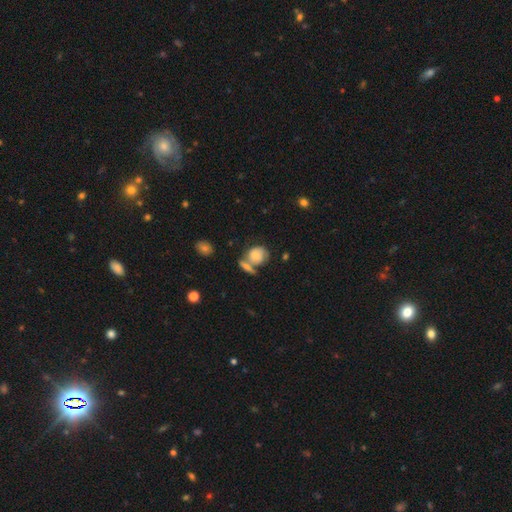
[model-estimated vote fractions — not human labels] Smooth or featured: smooth — 64% (featured or disk — 27%)
How rounded: round — 62% (in between — 36%)
Merging: merger — 38% (none — 37%)